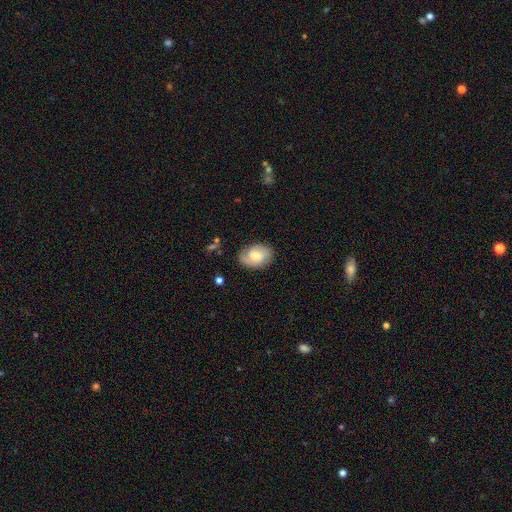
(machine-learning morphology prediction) Smooth or featured?
  - smooth: 53% *
  - featured or disk: 39%
  - star or artifact: 7%
How rounded?
  - in between: 76% *
  - round: 23%
  - cigar-shaped: 1%
Merging?
  - none: 77% *
  - minor disturbance: 17%
  - major disturbance: 5%
  - merger: 1%